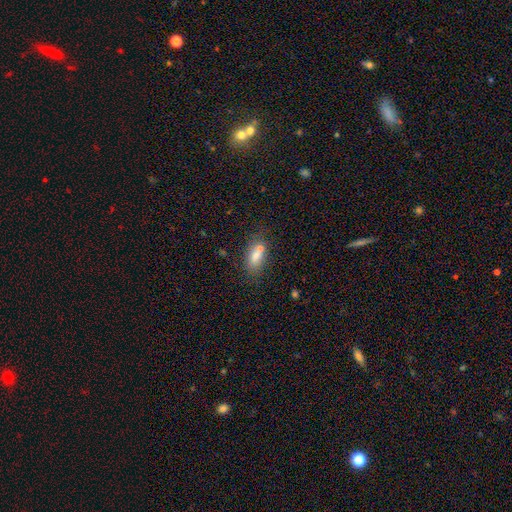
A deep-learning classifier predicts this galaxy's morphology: The model was most divided on "merging": none: 56%, merger: 25%, minor disturbance: 14%, major disturbance: 5%. More confident: how rounded — in between (79%); smooth or featured — smooth (73%).